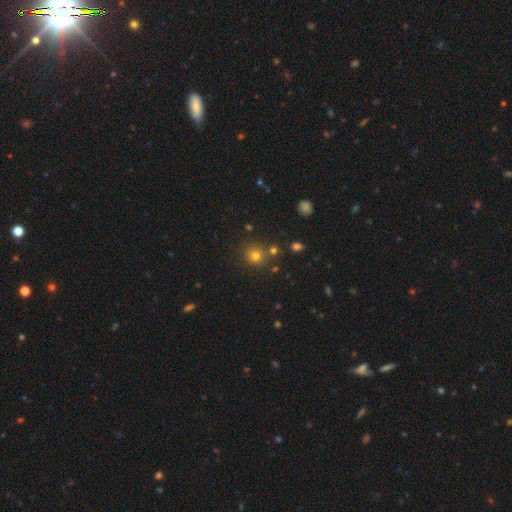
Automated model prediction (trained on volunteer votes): A smooth galaxy with no disk features (73%) that is round (90%). Merging: none (79%).